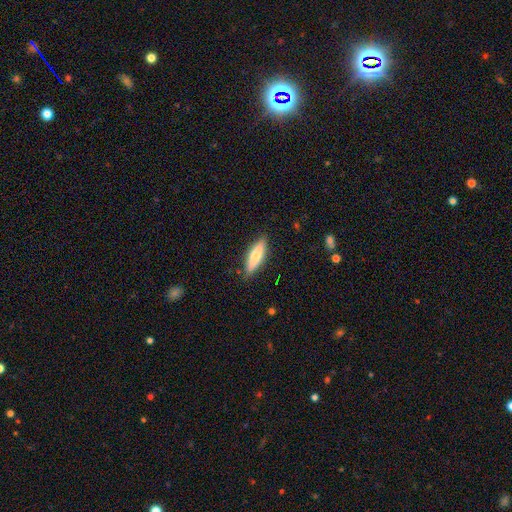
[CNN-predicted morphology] This is likely a smooth galaxy (67%). How rounded: possibly cigar-shaped (58%). Merging: clearly none (85%).